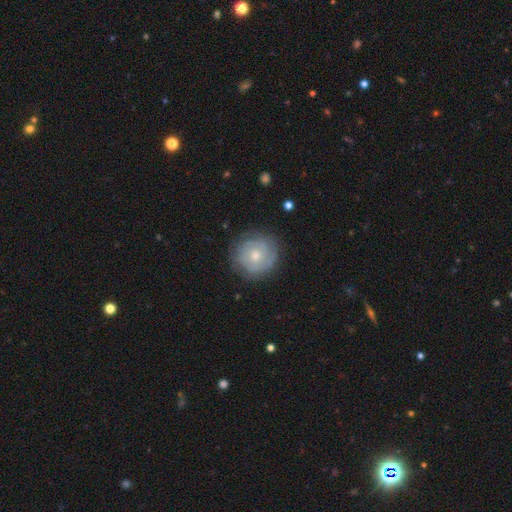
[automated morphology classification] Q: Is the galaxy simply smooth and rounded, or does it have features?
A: featured or disk — 63%.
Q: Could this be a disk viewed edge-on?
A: no — 98%.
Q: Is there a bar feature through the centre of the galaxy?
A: no — 81%.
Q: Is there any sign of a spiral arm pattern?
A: yes — 82%.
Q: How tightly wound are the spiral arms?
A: tight — 71%.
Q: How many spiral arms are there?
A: can't tell — 45%.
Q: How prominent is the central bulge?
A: moderate — 50%.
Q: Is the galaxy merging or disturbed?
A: none — 78%.